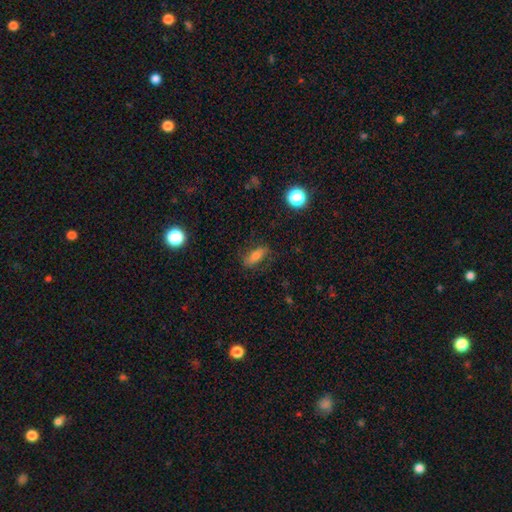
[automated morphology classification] Q: Smooth or featured?
A: smooth (66%); runner-up: featured or disk (22%)
Q: How rounded?
A: in between (66%); runner-up: cigar-shaped (28%)
Q: Merging?
A: none (78%); runner-up: minor disturbance (16%)